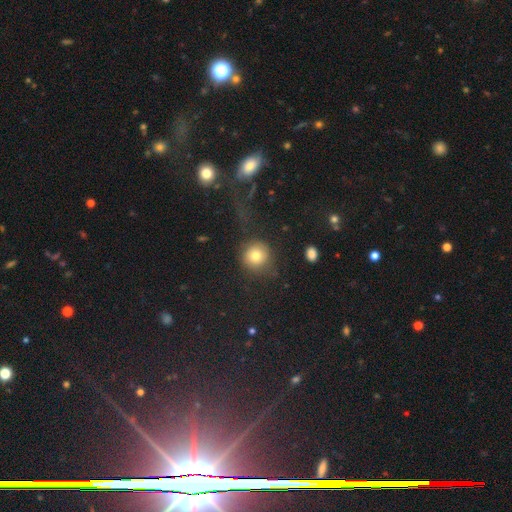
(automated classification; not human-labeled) The model was most divided on "merging": none: 68%, minor disturbance: 15%, major disturbance: 14%, merger: 3%. More confident: how rounded — round (91%); smooth or featured — smooth (76%).